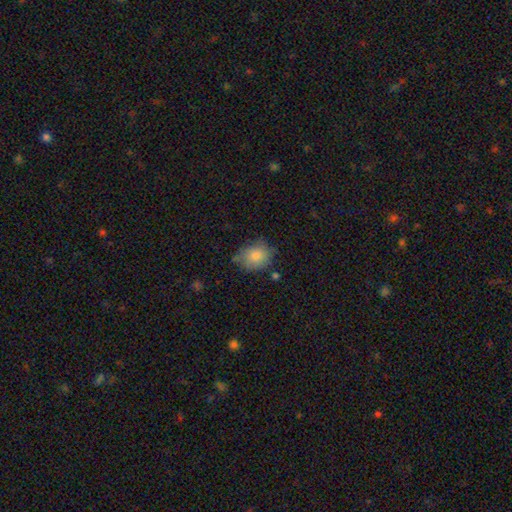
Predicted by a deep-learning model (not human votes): smooth 81%, featured or disk 10%, star or artifact 9%. Down the decision tree: how rounded — round (57%); merging — none (68%).